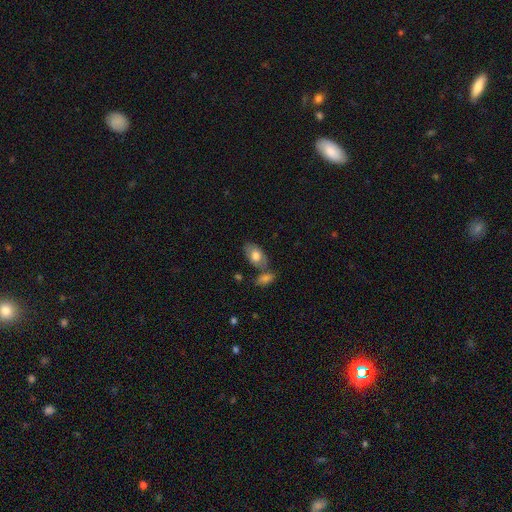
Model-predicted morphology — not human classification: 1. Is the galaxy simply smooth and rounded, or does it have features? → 73% smooth, 21% featured or disk, 6% star or artifact.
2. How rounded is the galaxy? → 92% in between, 7% round, 2% cigar-shaped.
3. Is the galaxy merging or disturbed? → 60% none, 20% merger, 16% minor disturbance, 5% major disturbance.